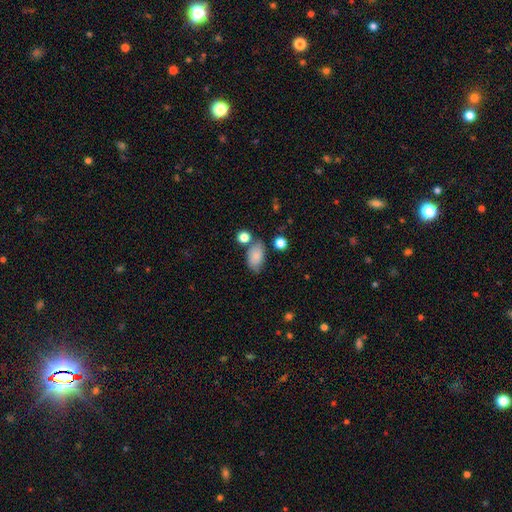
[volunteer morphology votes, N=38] A smooth galaxy with no disk features (92%) that is in between round and cigar-shaped (83%).

Vote fractions:
- Smooth or featured? smooth: 92% / star or artifact: 5% / featured or disk: 3%
- How rounded? in between: 83% / round: 14% / cigar-shaped: 3%
- Merging? none: 69% / minor disturbance: 14% / merger: 14% / major disturbance: 3%